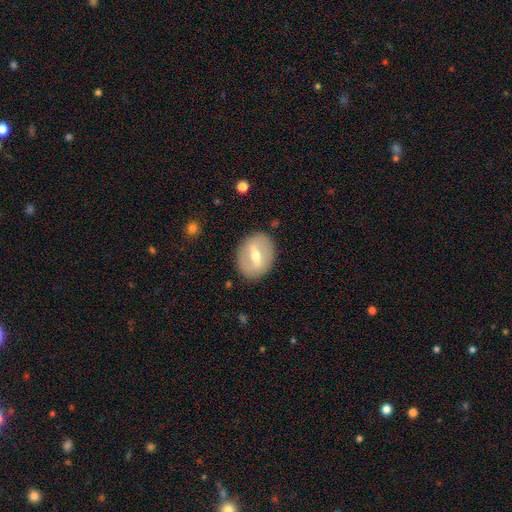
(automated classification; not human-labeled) This appears to be a featured or disk galaxy (58%) with a strong bar (57%), no spiral arms (79%) and a moderate central bulge (68%). Merging: none (86%).